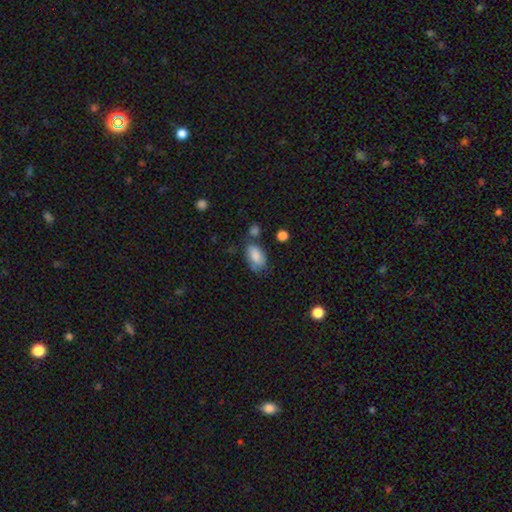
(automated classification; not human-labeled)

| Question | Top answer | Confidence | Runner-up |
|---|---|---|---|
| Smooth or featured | smooth | 83% | featured or disk (10%) |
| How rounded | in between | 92% | round (6%) |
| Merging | none | 57% | minor disturbance (25%) |